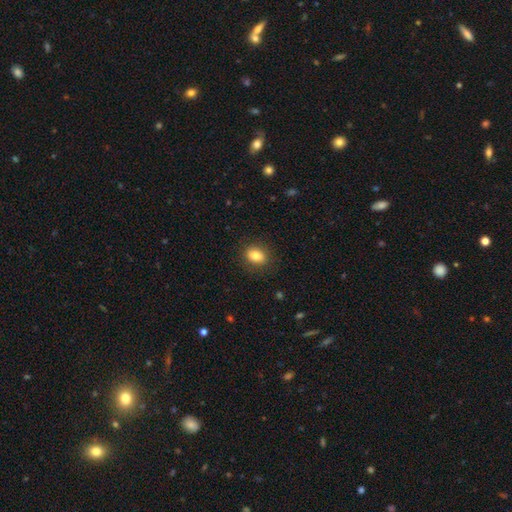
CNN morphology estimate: Smooth or featured: smooth — 81% (featured or disk — 10%)
How rounded: in between — 62% (round — 37%)
Merging: none — 87% (minor disturbance — 9%)